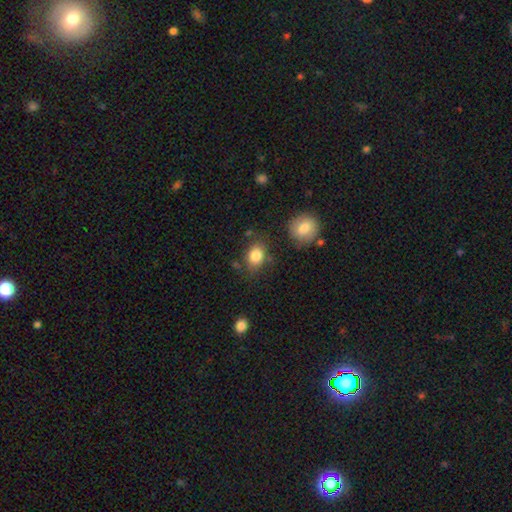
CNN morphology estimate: Q: Smooth or featured?
A: smooth (84%); runner-up: star or artifact (9%)
Q: How rounded?
A: in between (60%); runner-up: round (39%)
Q: Merging?
A: none (73%); runner-up: minor disturbance (16%)